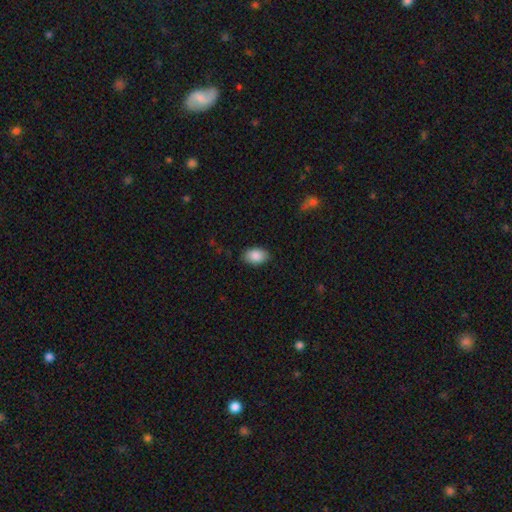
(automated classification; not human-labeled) Smooth or featured? Predicted: smooth (p=0.88). How rounded? Predicted: in between (p=0.88). Merging? Predicted: none (p=0.86).